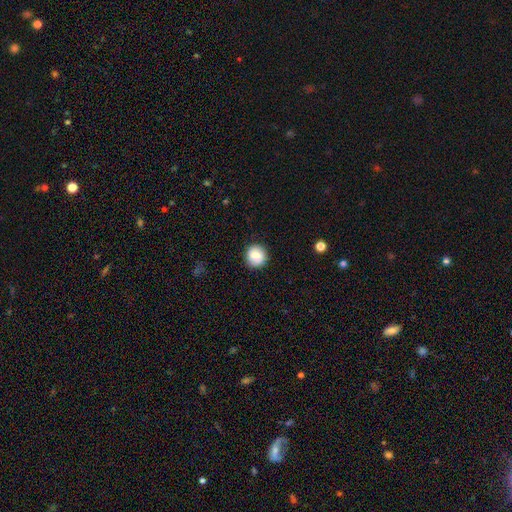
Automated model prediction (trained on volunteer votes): Smooth or featured? Predicted: smooth (p=0.85). How rounded? Predicted: round (p=0.92). Merging? Predicted: none (p=0.88).